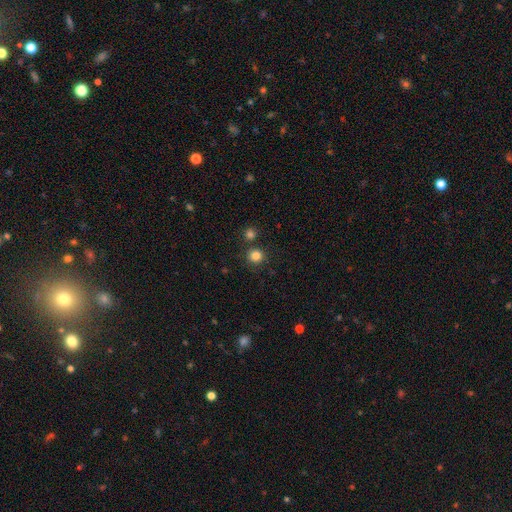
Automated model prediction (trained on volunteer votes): Smooth or featured? Predicted: smooth (p=0.83). How rounded? Predicted: round (p=0.93). Merging? Predicted: none (p=0.80).